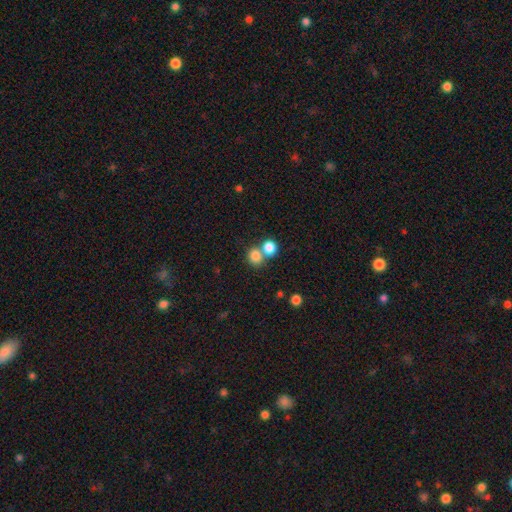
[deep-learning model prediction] Smooth or featured? Predicted: smooth (p=0.81). How rounded? Predicted: round (p=0.80). Merging? Predicted: none (p=0.47).